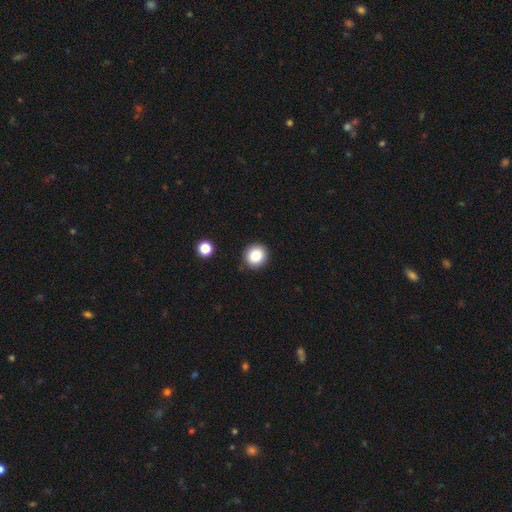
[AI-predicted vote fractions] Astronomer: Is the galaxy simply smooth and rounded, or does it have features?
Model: smooth — 86%.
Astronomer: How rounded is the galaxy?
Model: round — 91%.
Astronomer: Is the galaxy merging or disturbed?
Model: none — 90%.